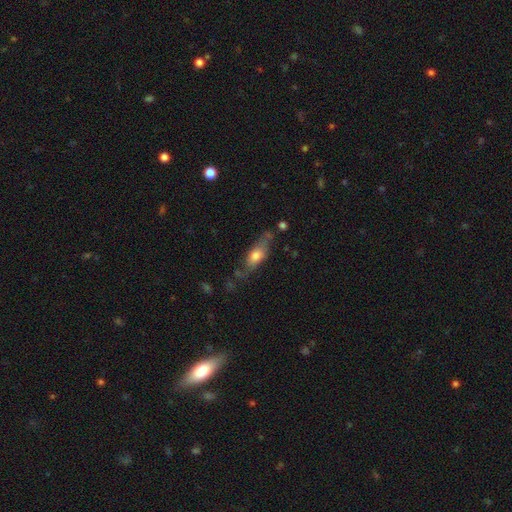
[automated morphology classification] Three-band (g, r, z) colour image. It shows a smooth galaxy with no disk features (55%) that is in between round and cigar-shaped (58%). Merging: none (52%).